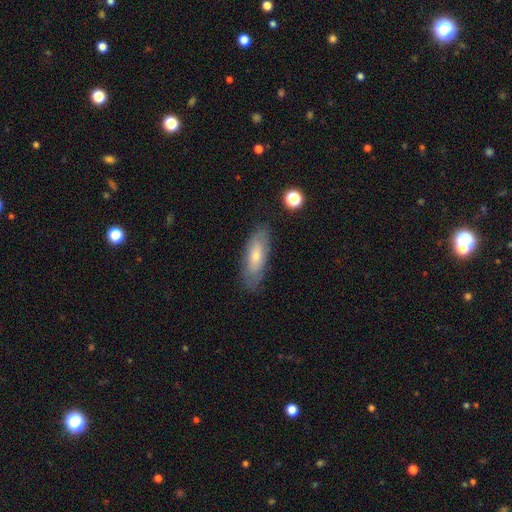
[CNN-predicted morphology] Smooth or featured? smooth (60%)
How rounded? in between (65%)
Merging? none (81%)